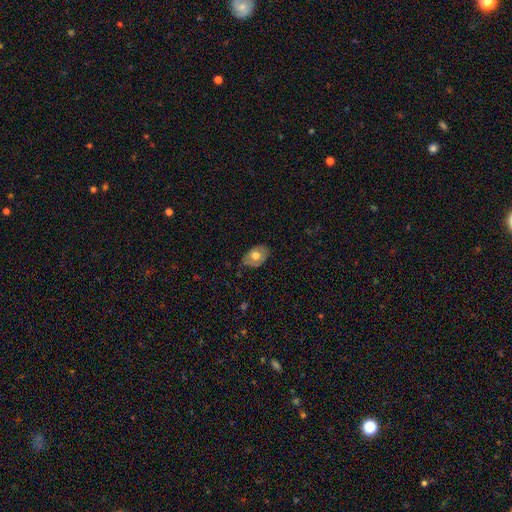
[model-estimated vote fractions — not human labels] smooth_or_featured: smooth (p=0.61) [alt: featured or disk p=0.32]
how_rounded: in between (p=0.83) [alt: round p=0.16]
merging: none (p=0.69) [alt: minor disturbance p=0.25]